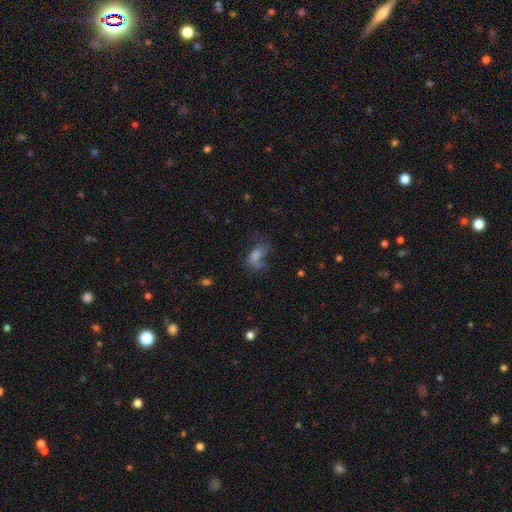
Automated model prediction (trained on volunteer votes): smooth_or_featured: smooth (p=0.47) [alt: featured or disk p=0.32]
merging: none (p=0.42) [alt: major disturbance p=0.30]